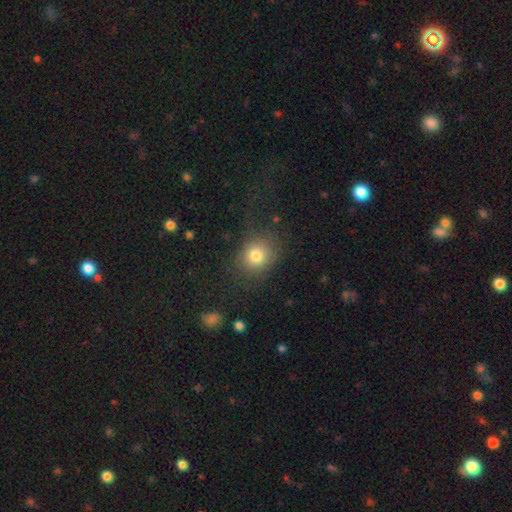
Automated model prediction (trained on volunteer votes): A smooth galaxy with no disk features (79%) that is round (72%).

Vote fractions:
- Smooth or featured? smooth: 79% / star or artifact: 12% / featured or disk: 9%
- How rounded? round: 72% / in between: 27% / cigar-shaped: 1%
- Merging? none: 71% / minor disturbance: 15% / major disturbance: 12% / merger: 2%